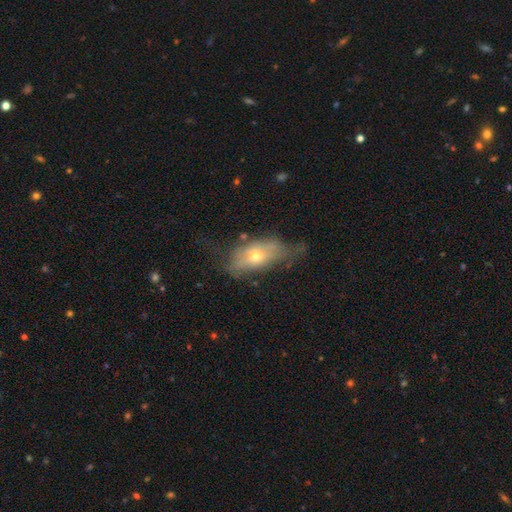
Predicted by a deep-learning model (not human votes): A smooth galaxy with no disk features (47%). Merging: none (39%).